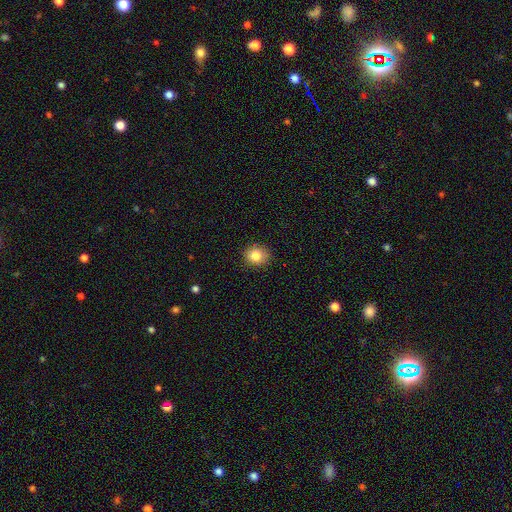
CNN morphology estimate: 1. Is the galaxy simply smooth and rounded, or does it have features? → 84% smooth, 10% star or artifact, 6% featured or disk.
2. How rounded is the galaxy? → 73% round, 26% in between, 1% cigar-shaped.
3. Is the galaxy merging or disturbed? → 87% none, 10% minor disturbance, 2% major disturbance, 1% merger.